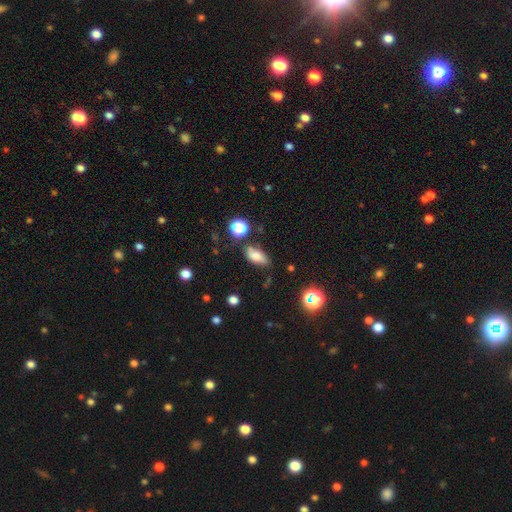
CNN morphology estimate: The model was most divided on "merging": none: 63%, minor disturbance: 25%, major disturbance: 7%, merger: 6%. More confident: how rounded — in between (85%); smooth or featured — smooth (75%).